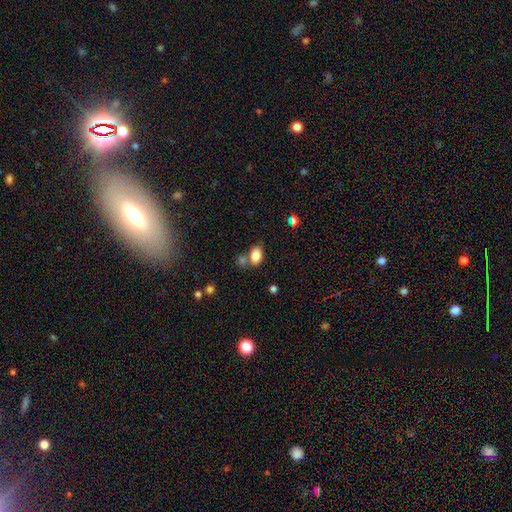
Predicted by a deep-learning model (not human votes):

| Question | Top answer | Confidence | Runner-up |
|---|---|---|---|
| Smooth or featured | smooth | 84% | star or artifact (9%) |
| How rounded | in between | 84% | round (14%) |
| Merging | none | 54% | merger (26%) |